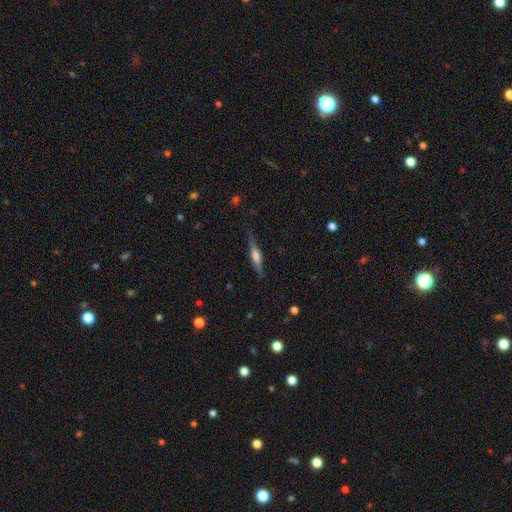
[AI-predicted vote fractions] This is possibly a featured or disk galaxy (54%). It is clearly viewed edge-on (94%). Edge-on bulge: likely rounded (61%). Merging: clearly none (81%).